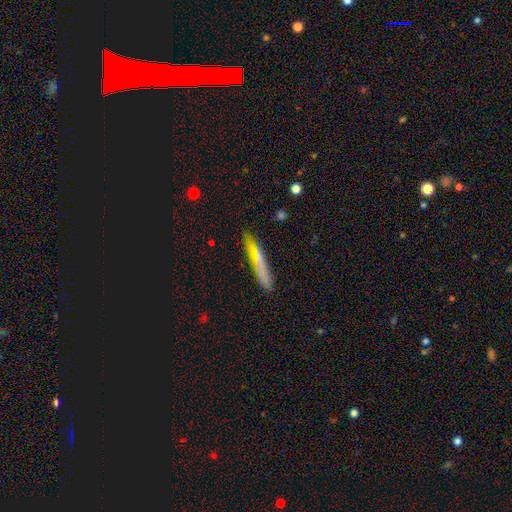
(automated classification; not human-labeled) A smooth galaxy with no disk features (58%) that is cigar-shaped (93%).

Vote fractions:
- Smooth or featured? smooth: 58% / featured or disk: 32% / star or artifact: 9%
- How rounded? cigar-shaped: 93% / in between: 5% / round: 2%
- Merging? none: 81% / minor disturbance: 13% / major disturbance: 3% / merger: 3%